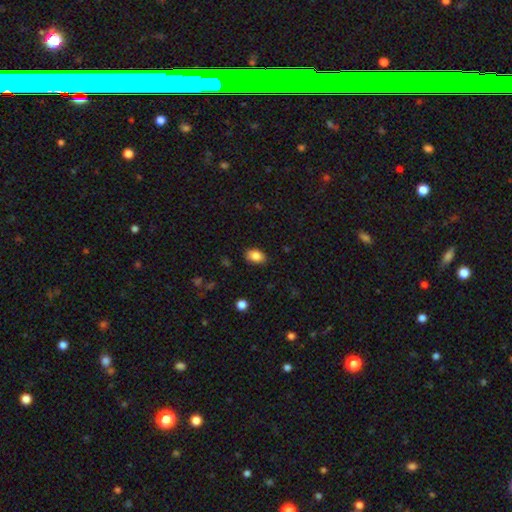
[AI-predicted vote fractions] smooth_or_featured: smooth (p=0.86) [alt: star or artifact p=0.08]
how_rounded: in between (p=0.84) [alt: round p=0.15]
merging: none (p=0.85) [alt: minor disturbance p=0.12]